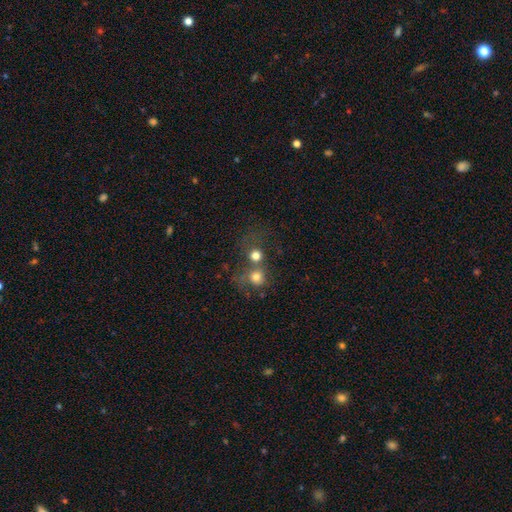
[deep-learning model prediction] A smooth galaxy with no disk features (73%) that is round (86%). Merging: merger (46%).